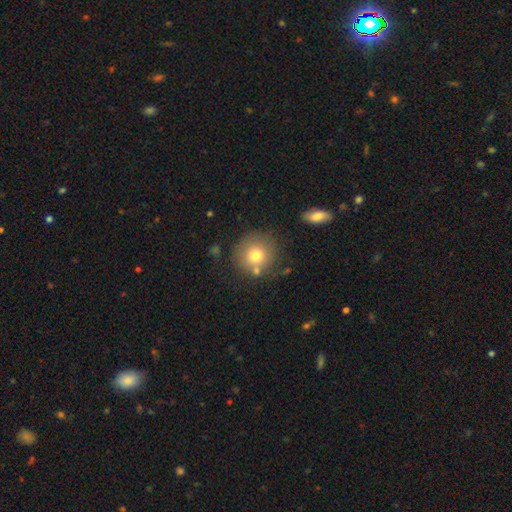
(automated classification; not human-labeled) This is likely a smooth galaxy (75%). How rounded: clearly round (92%). Merging: likely none (74%).